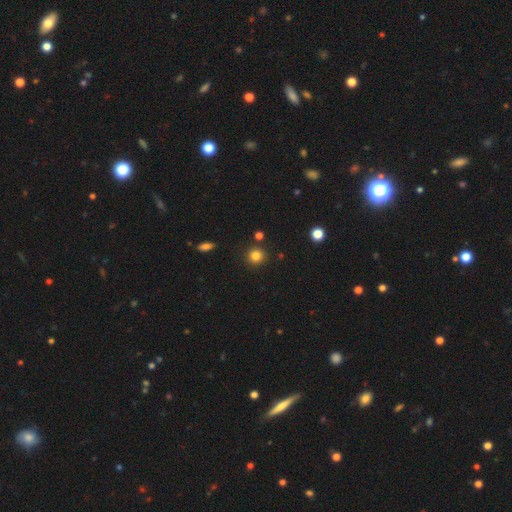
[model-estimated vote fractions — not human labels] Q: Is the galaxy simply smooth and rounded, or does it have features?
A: smooth — 83%.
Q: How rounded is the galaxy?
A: round — 91%.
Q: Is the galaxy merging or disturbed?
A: none — 88%.